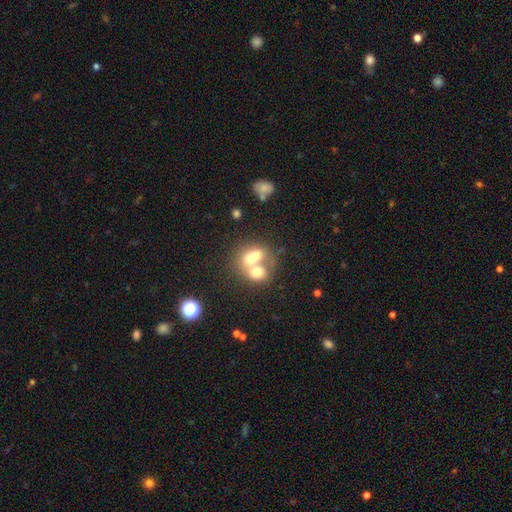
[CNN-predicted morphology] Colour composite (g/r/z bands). It shows a smooth galaxy with no disk features (60%) that is round (56%). Merging: merger (69%).